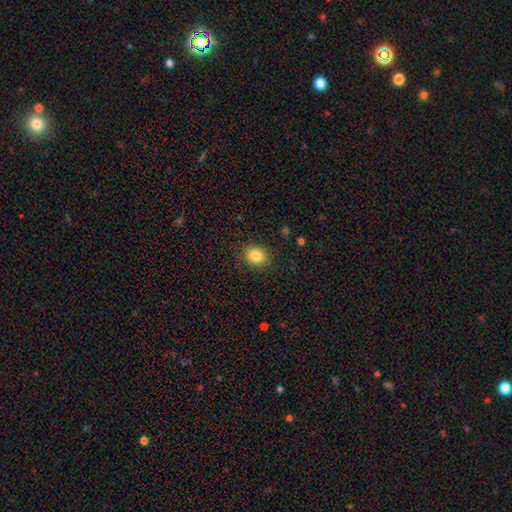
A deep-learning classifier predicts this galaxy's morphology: Smooth or featured: smooth — 83% (star or artifact — 10%)
How rounded: round — 64% (in between — 35%)
Merging: none — 88% (minor disturbance — 9%)